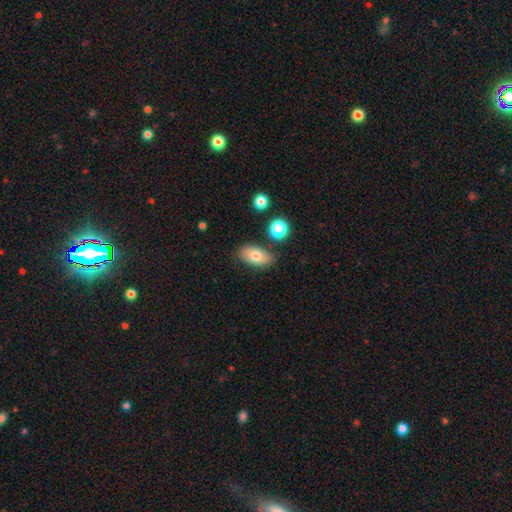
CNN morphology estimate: smooth_or_featured: smooth (p=0.74) [alt: featured or disk p=0.17]
how_rounded: in between (p=0.91) [alt: round p=0.07]
merging: none (p=0.77) [alt: minor disturbance p=0.14]